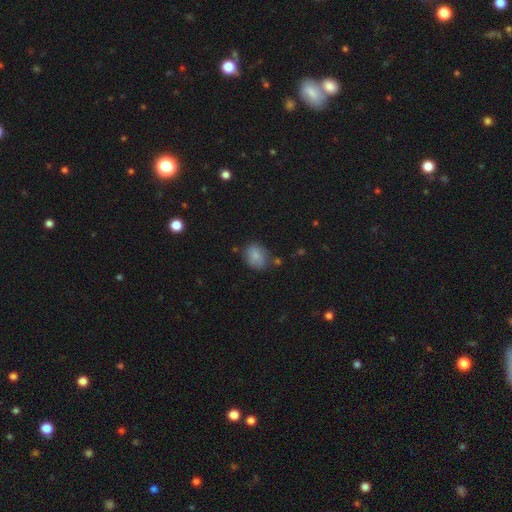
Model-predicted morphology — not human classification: Overall: smooth (83%). How rounded: in between (59%; round 40%). Merging: none (65%).